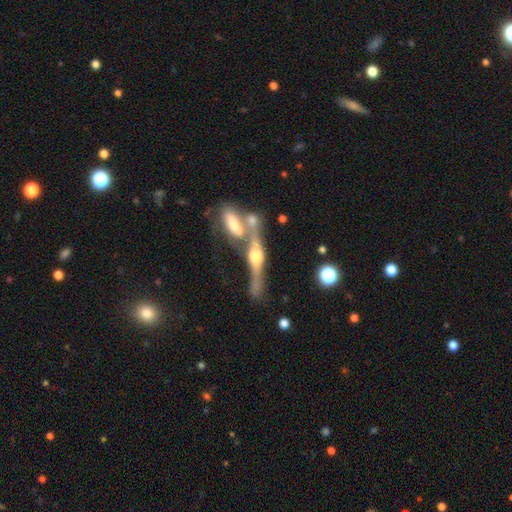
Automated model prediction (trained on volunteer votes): The model was most divided on "merging": merger: 43%, none: 41%, minor disturbance: 10%, major disturbance: 5%. More confident: edge-on bulge — rounded (91%); edge-on disk — yes (90%); smooth or featured — featured or disk (74%).